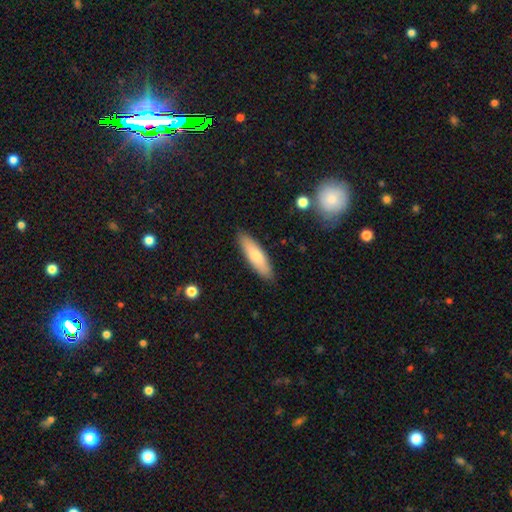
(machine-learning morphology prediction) Overall: smooth (73%). How rounded: cigar-shaped (60%; in between 39%). Merging: none (88%).